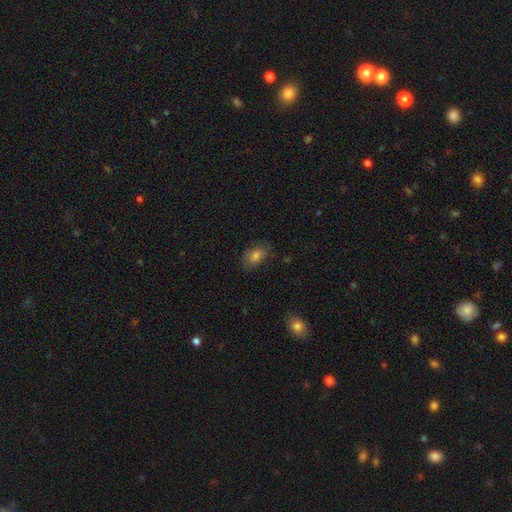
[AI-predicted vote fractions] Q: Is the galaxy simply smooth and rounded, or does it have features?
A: smooth — 74%.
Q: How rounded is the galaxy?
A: in between — 79%.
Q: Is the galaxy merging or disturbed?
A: none — 72%.